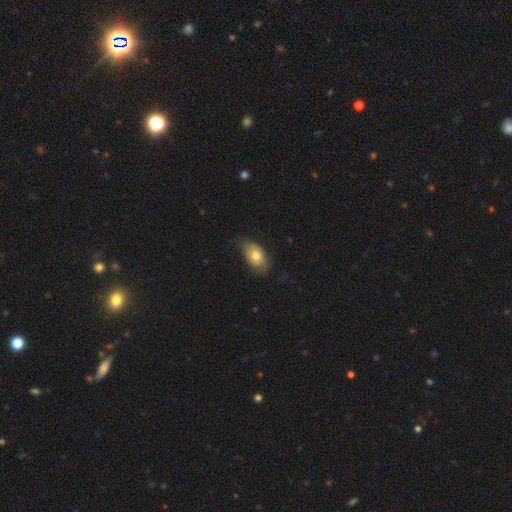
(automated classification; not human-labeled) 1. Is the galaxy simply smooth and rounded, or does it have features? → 71% smooth, 22% featured or disk, 7% star or artifact.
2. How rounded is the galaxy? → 89% in between, 9% round, 2% cigar-shaped.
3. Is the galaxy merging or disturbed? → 67% none, 26% minor disturbance, 6% major disturbance, 1% merger.